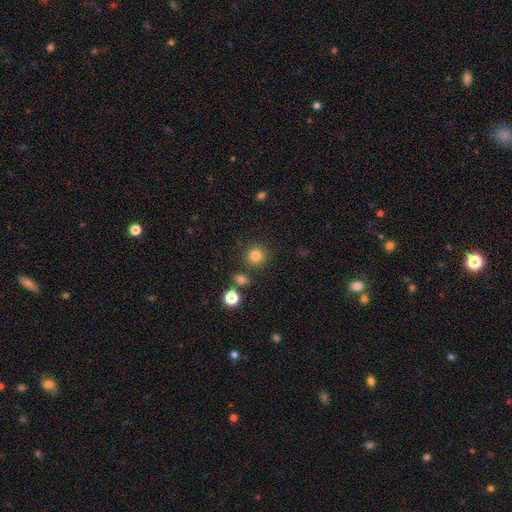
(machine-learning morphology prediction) smooth 83%, star or artifact 12%, featured or disk 5%. Down the decision tree: how rounded — round (93%); merging — none (85%).